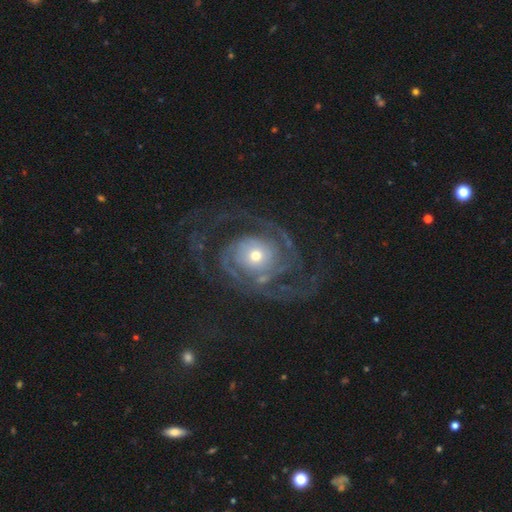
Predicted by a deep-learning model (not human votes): This is clearly a featured or disk galaxy (88%). It is clearly not viewed edge-on (97%). Bar: likely no (78%). Spiral arm pattern: clearly yes (95%). Spiral arm count: possibly 2 (46%). Spiral winding: possibly tight (47%). Central bulge: possibly small (46%, tied with moderate). Merging: possibly none (59%).